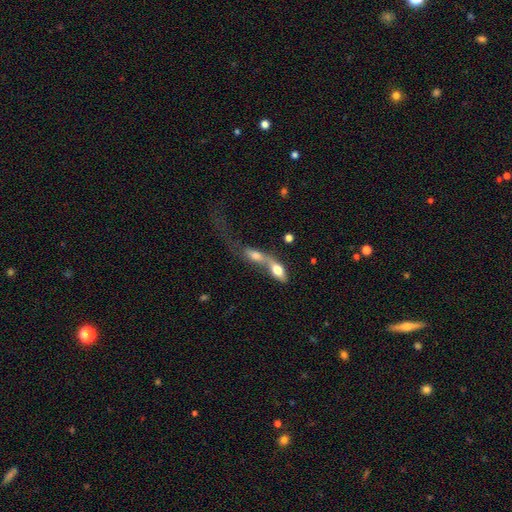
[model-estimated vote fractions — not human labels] The model was most divided on "smooth or featured": smooth: 56%, featured or disk: 34%, star or artifact: 10%. More confident: merging — merger (78%); how rounded — in between (60%).